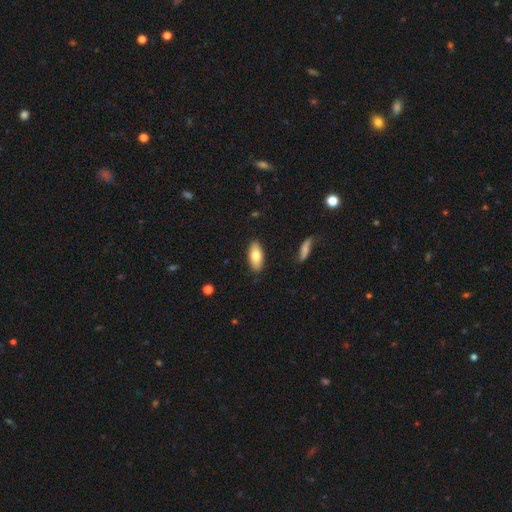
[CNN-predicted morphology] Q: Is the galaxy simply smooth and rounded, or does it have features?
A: smooth — 77%.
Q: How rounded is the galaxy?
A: in between — 85%.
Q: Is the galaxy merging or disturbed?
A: none — 88%.